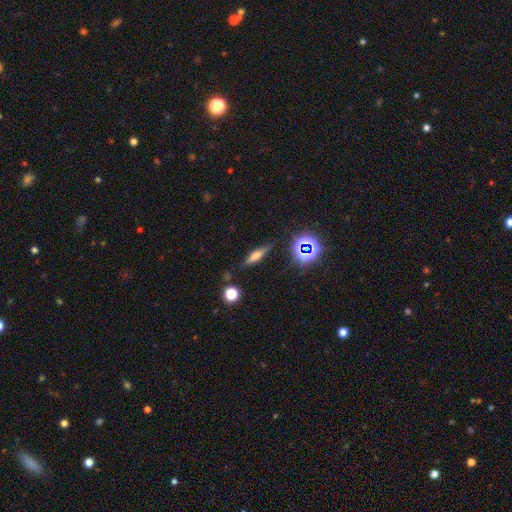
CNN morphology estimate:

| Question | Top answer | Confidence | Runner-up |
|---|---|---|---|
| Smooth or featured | smooth | 50% | featured or disk (35%) |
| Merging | none | 81% | minor disturbance (13%) |